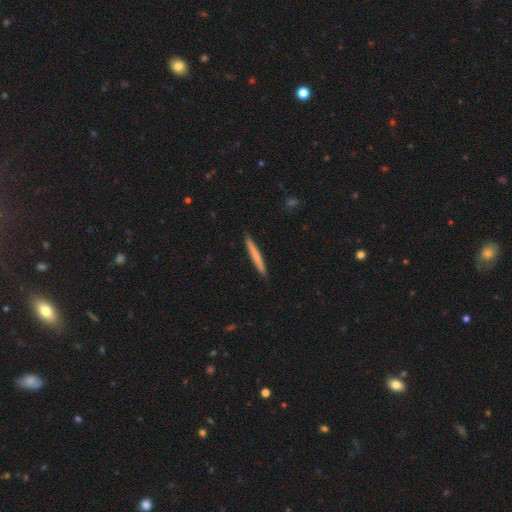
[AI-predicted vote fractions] Smooth or featured?
  - smooth: 66% *
  - featured or disk: 29%
  - star or artifact: 5%
How rounded?
  - cigar-shaped: 97% *
  - in between: 2%
  - round: 1%
Merging?
  - none: 91% *
  - minor disturbance: 7%
  - major disturbance: 1%
  - merger: 1%